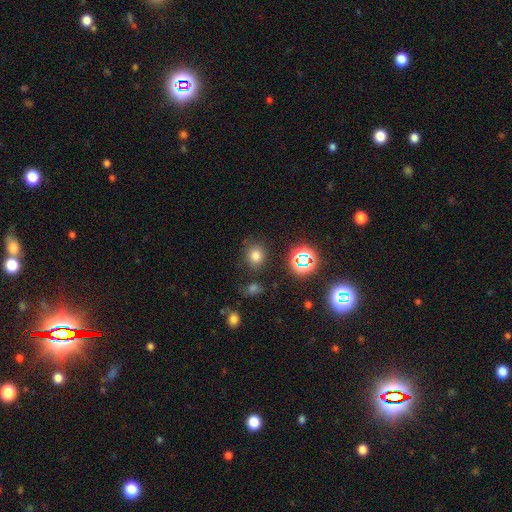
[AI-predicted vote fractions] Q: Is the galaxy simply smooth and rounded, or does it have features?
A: smooth — 73%.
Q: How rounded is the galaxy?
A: round — 75%.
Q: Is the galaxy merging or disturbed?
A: none — 81%.